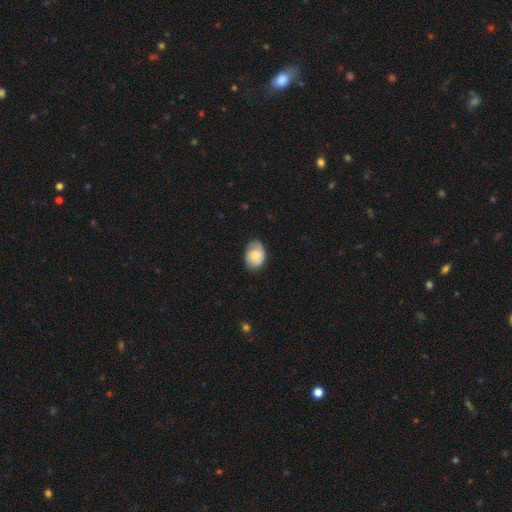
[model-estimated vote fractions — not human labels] Smooth or featured?
  - smooth: 76% *
  - featured or disk: 17%
  - star or artifact: 7%
How rounded?
  - in between: 74% *
  - round: 25%
  - cigar-shaped: 1%
Merging?
  - none: 70% *
  - minor disturbance: 25%
  - major disturbance: 4%
  - merger: 1%